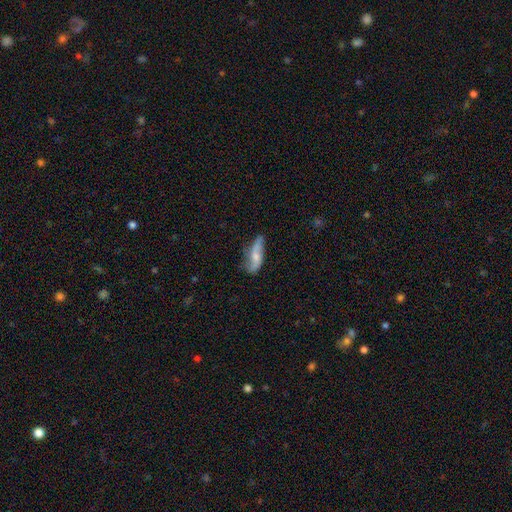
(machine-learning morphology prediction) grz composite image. It shows a featured or disk galaxy (50%). Merging: none (56%).